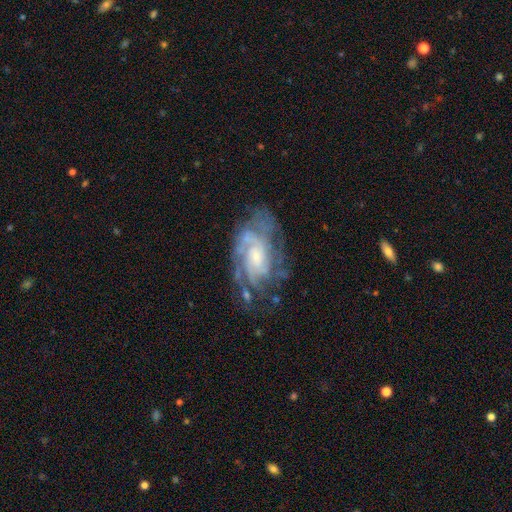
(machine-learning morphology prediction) Smooth or featured?
  - featured or disk: 84% *
  - smooth: 9%
  - star or artifact: 7%
Edge-on disk?
  - no: 96% *
  - yes: 4%
Bar?
  - no: 66% *
  - weak: 28%
  - strong: 6%
Spiral arms?
  - yes: 92% *
  - no: 8%
Spiral winding?
  - tight: 57% *
  - medium: 34%
  - loose: 9%
Spiral arm count?
  - can't tell: 39% *
  - 3: 16%
  - 4: 16%
  - 2: 16%
  - more than 4: 7%
  - 1: 5%
Bulge size?
  - small: 54% *
  - moderate: 35%
  - large: 5%
  - none: 5%
  - dominant: 1%
Merging?
  - none: 63% *
  - minor disturbance: 21%
  - major disturbance: 13%
  - merger: 2%